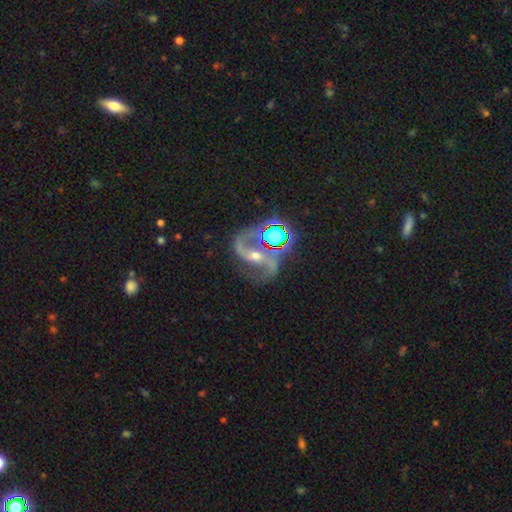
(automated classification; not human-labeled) Smooth or featured: featured or disk — 84% (star or artifact — 10%)
Edge-on disk: no — 97% (yes — 3%)
Bar: weak — 36% (no — 35%)
Spiral arms: yes — 96% (no — 4%)
Spiral winding: loose — 55% (medium — 38%)
Spiral arm count: 2 — 92% (1 — 3%)
Bulge size: moderate — 58% (small — 31%)
Merging: none — 61% (minor disturbance — 16%)